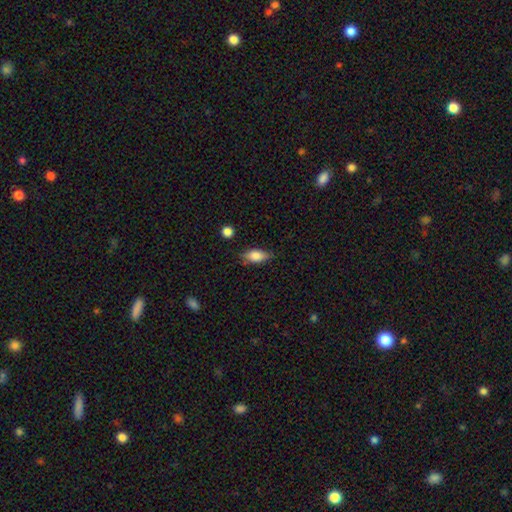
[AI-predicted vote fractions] Morphology: type=smooth (77%); roundness=in between (82%); merging=none (73%).